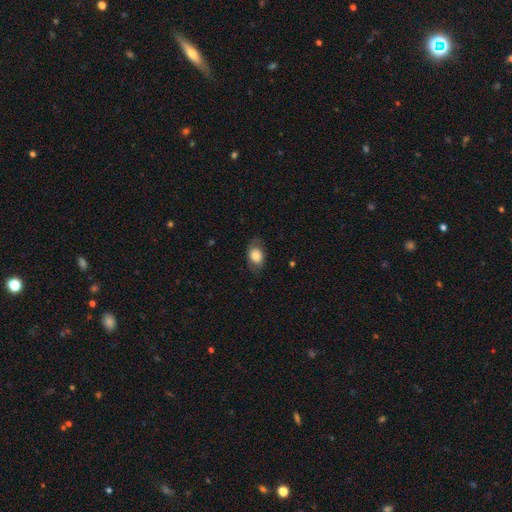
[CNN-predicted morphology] smooth 76%, featured or disk 16%, star or artifact 7%. Down the decision tree: how rounded — in between (76%); merging — none (73%).